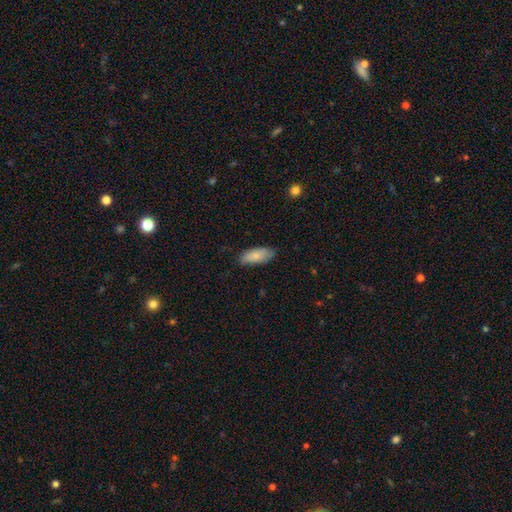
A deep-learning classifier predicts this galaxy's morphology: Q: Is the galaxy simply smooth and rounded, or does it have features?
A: smooth — 81%.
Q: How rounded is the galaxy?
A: in between — 82%.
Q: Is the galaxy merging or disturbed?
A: none — 76%.